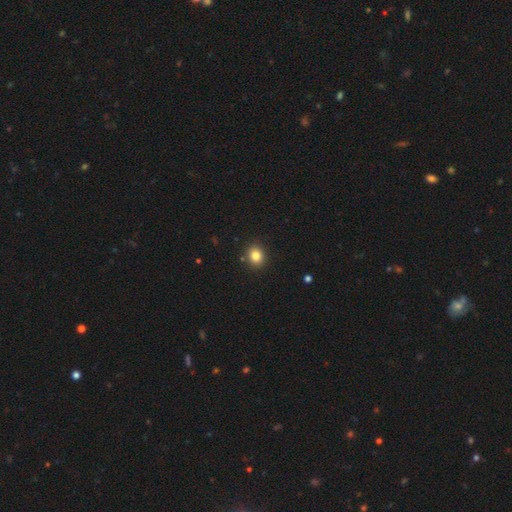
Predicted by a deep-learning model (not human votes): A smooth galaxy with no disk features (83%) that is round (69%).

Vote fractions:
- Smooth or featured? smooth: 83% / star or artifact: 11% / featured or disk: 6%
- How rounded? round: 69% / in between: 30% / cigar-shaped: 1%
- Merging? none: 89% / minor disturbance: 7% / merger: 2% / major disturbance: 2%